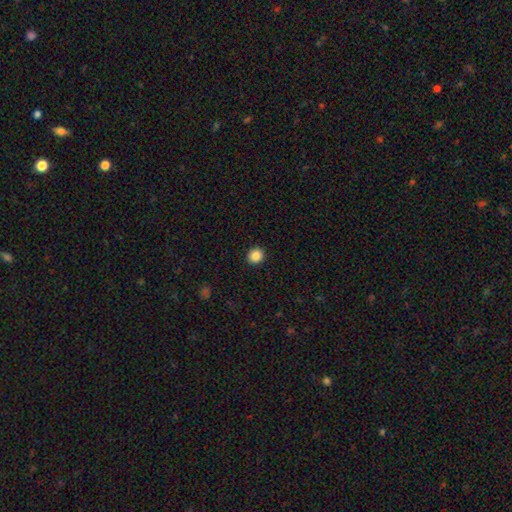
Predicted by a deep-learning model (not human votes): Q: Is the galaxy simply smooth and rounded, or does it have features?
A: smooth — 86%.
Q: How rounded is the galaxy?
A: round — 88%.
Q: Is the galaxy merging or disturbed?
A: none — 93%.